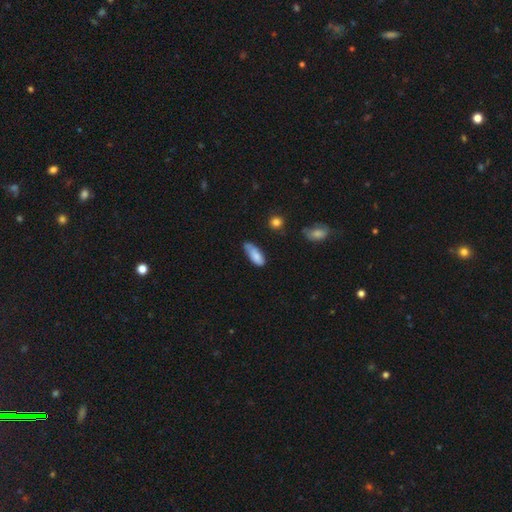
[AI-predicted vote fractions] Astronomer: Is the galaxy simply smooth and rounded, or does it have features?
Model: smooth — 79%.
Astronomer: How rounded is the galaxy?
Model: in between — 74%.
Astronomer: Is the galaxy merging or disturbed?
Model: none — 41%, tied with minor disturbance at 41%.